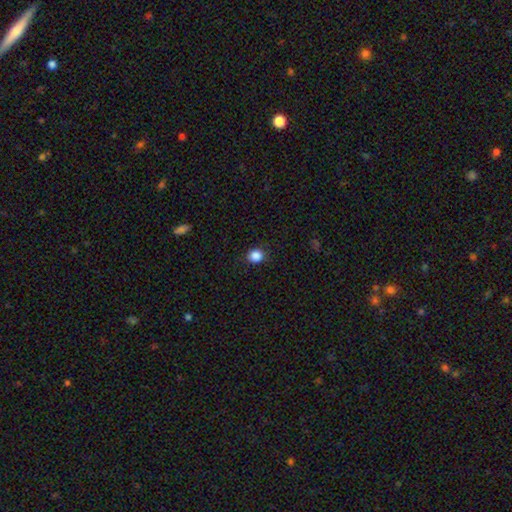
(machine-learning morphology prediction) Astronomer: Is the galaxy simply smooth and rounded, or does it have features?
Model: smooth — 87%.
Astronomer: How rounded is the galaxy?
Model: round — 83%.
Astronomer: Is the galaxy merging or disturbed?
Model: none — 88%.